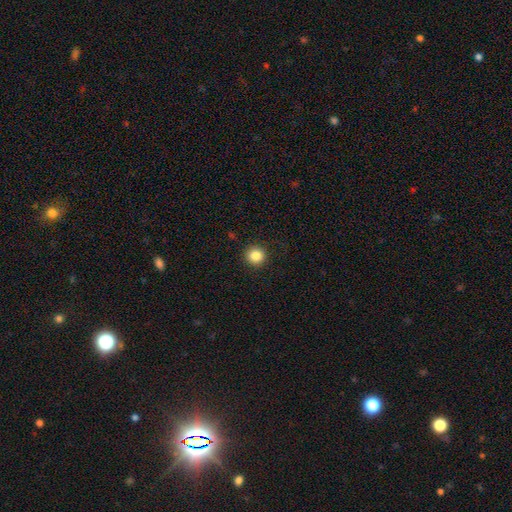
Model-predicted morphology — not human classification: Smooth or featured?
  - smooth: 86% *
  - star or artifact: 10%
  - featured or disk: 4%
How rounded?
  - round: 93% *
  - in between: 6%
  - cigar-shaped: 1%
Merging?
  - none: 91% *
  - minor disturbance: 6%
  - major disturbance: 2%
  - merger: 1%